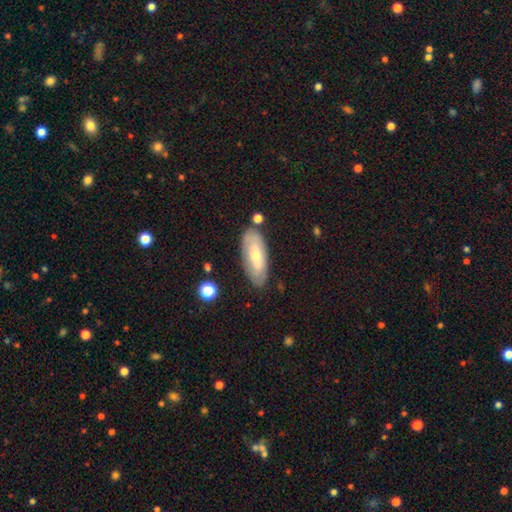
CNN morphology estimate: Smooth or featured? Predicted: smooth (p=0.52). How rounded? Predicted: in between (p=0.77). Merging? Predicted: none (p=0.80).